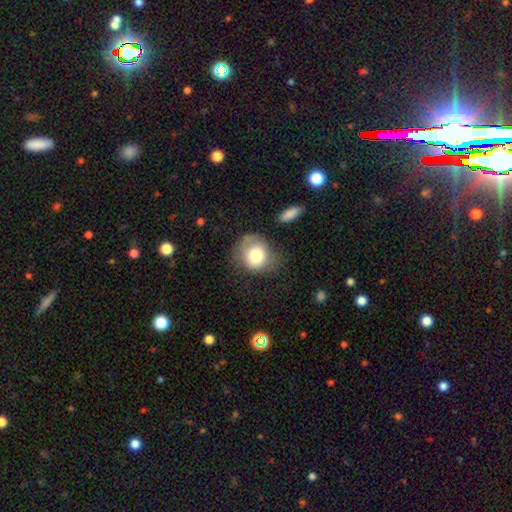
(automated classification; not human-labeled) Smooth or featured?
  - smooth: 76% *
  - featured or disk: 15%
  - star or artifact: 9%
How rounded?
  - round: 75% *
  - in between: 24%
  - cigar-shaped: 1%
Merging?
  - none: 59% *
  - minor disturbance: 25%
  - major disturbance: 12%
  - merger: 4%